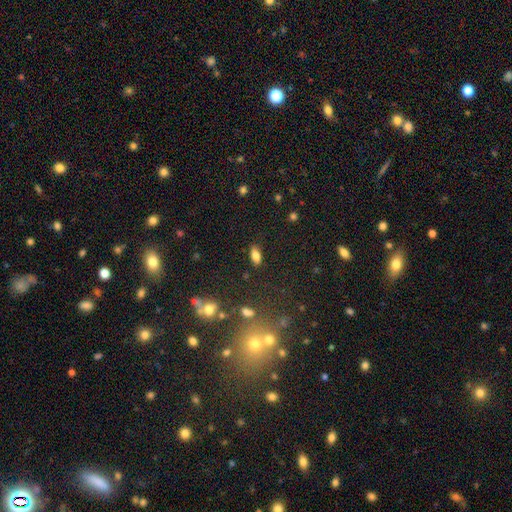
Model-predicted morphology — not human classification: Q: Smooth or featured?
A: smooth (79%); runner-up: star or artifact (11%)
Q: How rounded?
A: in between (87%); runner-up: cigar-shaped (9%)
Q: Merging?
A: none (84%); runner-up: minor disturbance (11%)